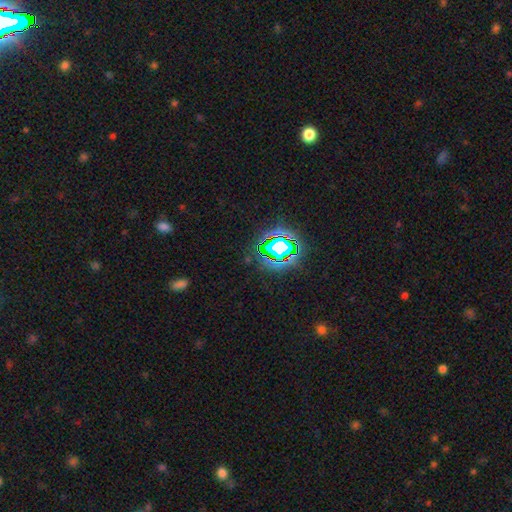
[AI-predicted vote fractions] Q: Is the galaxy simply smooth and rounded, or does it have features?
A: star or artifact — 77%.